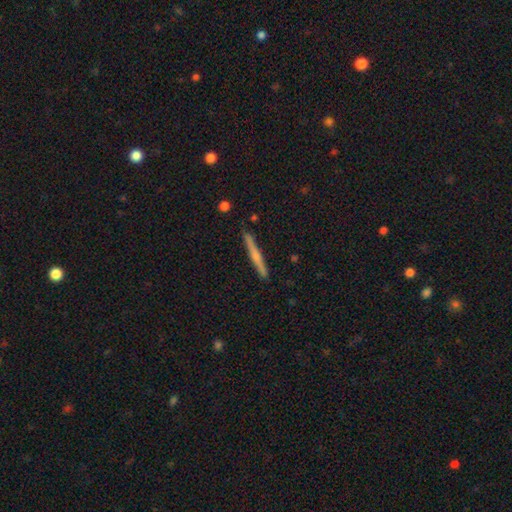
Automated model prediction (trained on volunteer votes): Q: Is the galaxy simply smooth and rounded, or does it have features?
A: featured or disk — 57%.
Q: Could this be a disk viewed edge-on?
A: yes — 98%.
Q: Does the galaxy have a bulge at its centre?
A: rounded — 57%.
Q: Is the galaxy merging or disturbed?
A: none — 90%.